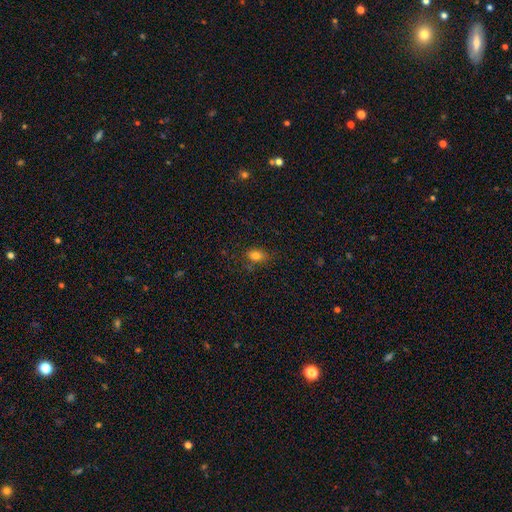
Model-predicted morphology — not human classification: Smooth or featured? Predicted: smooth (p=0.79). How rounded? Predicted: in between (p=0.77). Merging? Predicted: none (p=0.77).